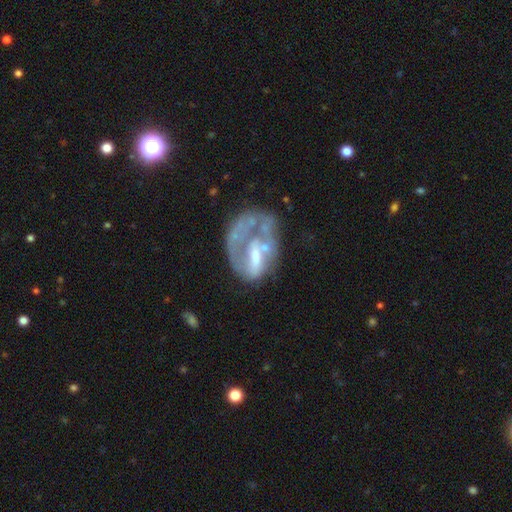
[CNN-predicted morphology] featured or disk 68%, smooth 23%, star or artifact 9%. Down the decision tree: edge-on disk — no (97%); bar — no (57%); spiral arms — no (64%); bulge size — moderate (34%); merging — major disturbance (38%).